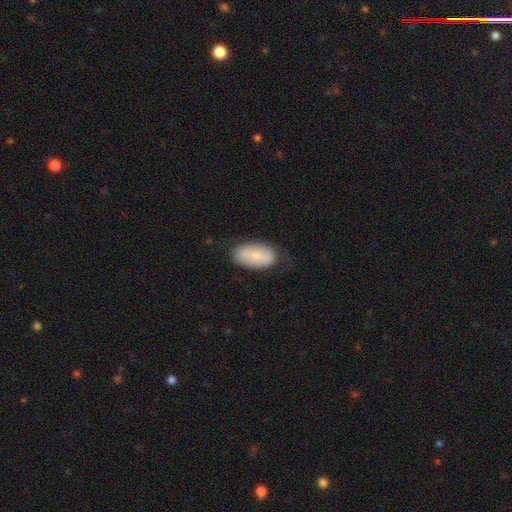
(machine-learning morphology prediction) Smooth or featured: smooth — 72% (featured or disk — 22%)
How rounded: in between — 94% (round — 3%)
Merging: none — 75% (minor disturbance — 19%)